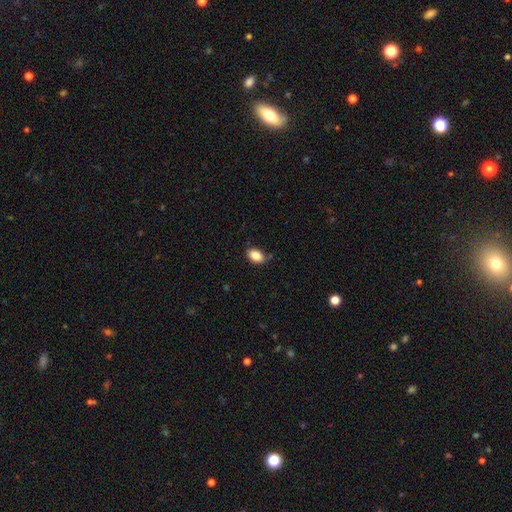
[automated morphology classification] type=smooth (85%); roundness=in between (85%); merging=none (75%).